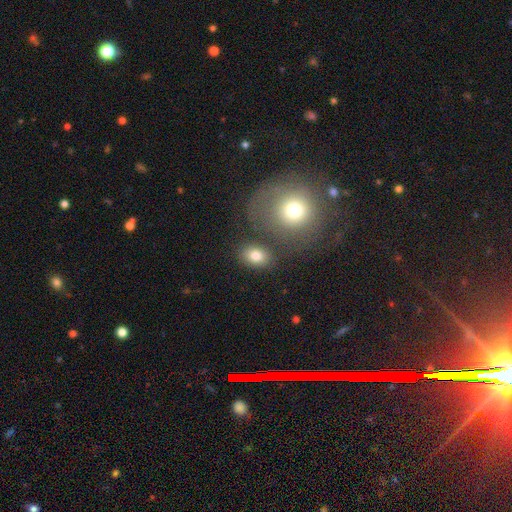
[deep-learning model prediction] Smooth or featured? Predicted: smooth (p=0.80). How rounded? Predicted: in between (p=0.69). Merging? Predicted: none (p=0.75).